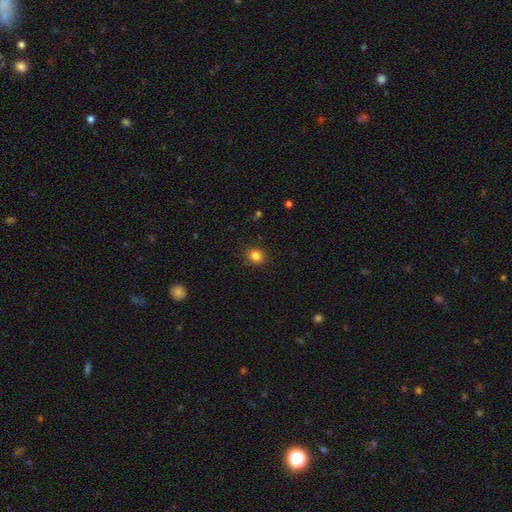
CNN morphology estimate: Smooth or featured? smooth (84%)
How rounded? round (84%)
Merging? none (89%)